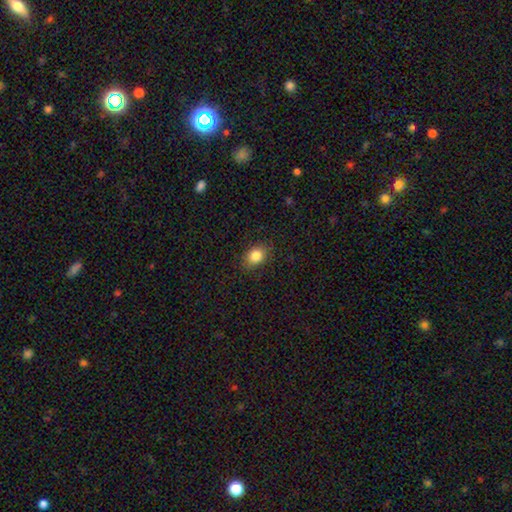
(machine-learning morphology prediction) smooth-or-featured: smooth: 84% | star or artifact: 9% | featured or disk: 6%
  how-rounded: in between: 66% | round: 33% | cigar-shaped: 1%
  merging: none: 86% | minor disturbance: 11% | major disturbance: 3% | merger: 1%